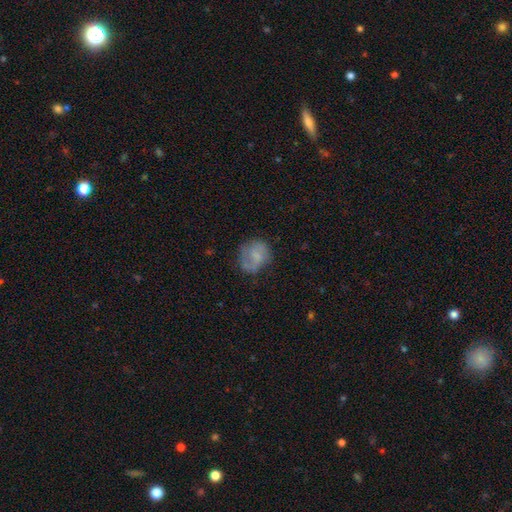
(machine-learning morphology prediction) smooth 56%, featured or disk 35%, star or artifact 9%. Down the decision tree: how rounded — round (67%); merging — none (55%).